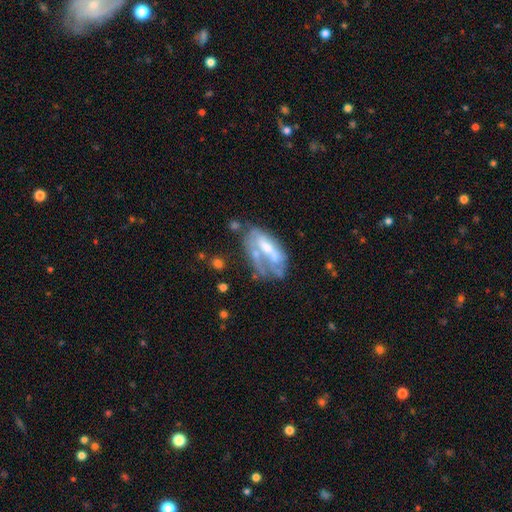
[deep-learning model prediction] Smooth or featured? Predicted: featured or disk (p=0.56). Edge-on disk? Predicted: no (p=0.88). Merging? Predicted: none (p=0.46).